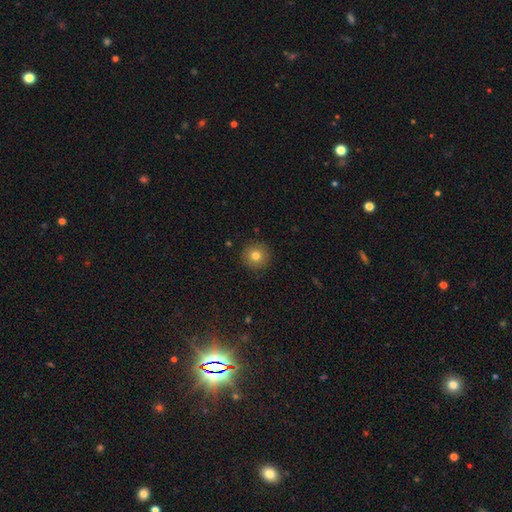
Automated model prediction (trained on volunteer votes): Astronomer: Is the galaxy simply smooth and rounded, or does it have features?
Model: smooth — 79%.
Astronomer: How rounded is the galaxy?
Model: round — 95%.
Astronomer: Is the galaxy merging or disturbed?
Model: none — 91%.